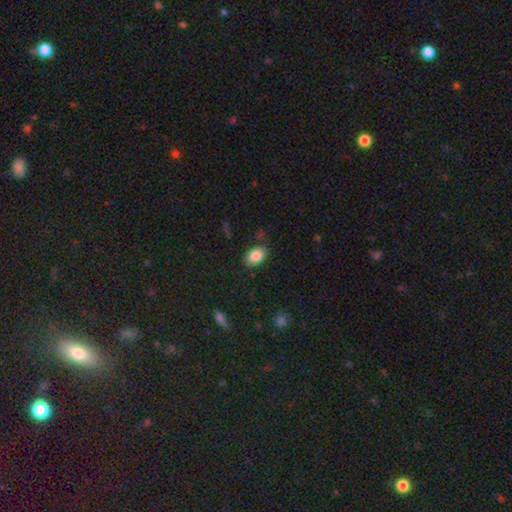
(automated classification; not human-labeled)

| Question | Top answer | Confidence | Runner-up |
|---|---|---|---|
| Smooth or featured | smooth | 85% | star or artifact (8%) |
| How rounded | in between | 86% | round (13%) |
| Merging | none | 79% | minor disturbance (15%) |